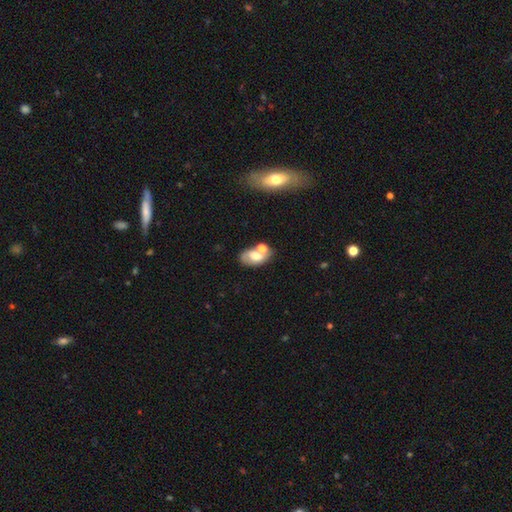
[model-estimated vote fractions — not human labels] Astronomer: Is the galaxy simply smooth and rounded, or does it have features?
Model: smooth — 57% (runner-up: featured or disk, 33%).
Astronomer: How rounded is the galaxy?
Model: in between — 88%.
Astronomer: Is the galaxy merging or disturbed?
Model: none — 44% (runner-up: merger, 34%).